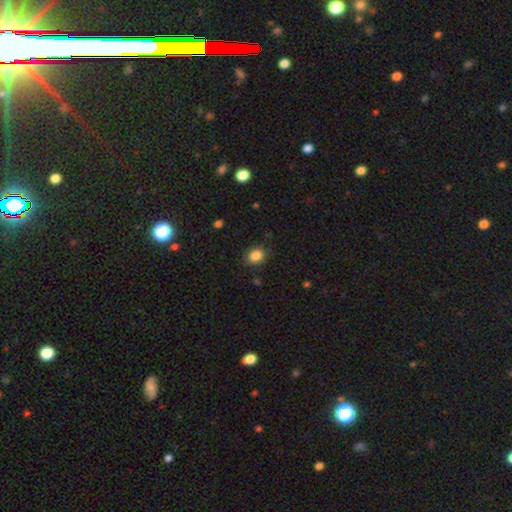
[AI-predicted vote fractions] Q: Smooth or featured?
A: smooth (86%); runner-up: star or artifact (10%)
Q: How rounded?
A: in between (53%); runner-up: round (46%)
Q: Merging?
A: none (83%); runner-up: minor disturbance (12%)